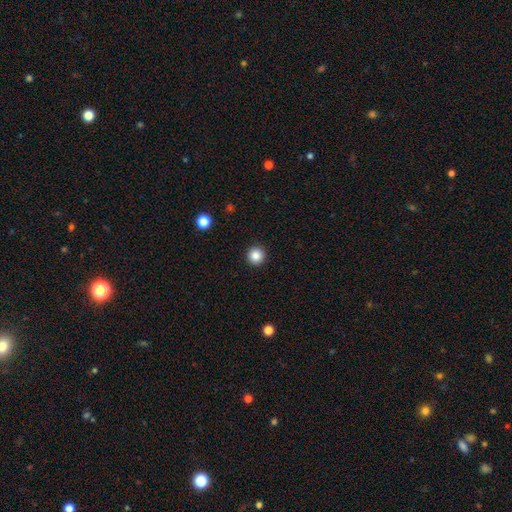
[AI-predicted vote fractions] Smooth or featured: smooth — 85% (star or artifact — 11%)
How rounded: round — 96% (in between — 3%)
Merging: none — 93% (minor disturbance — 4%)